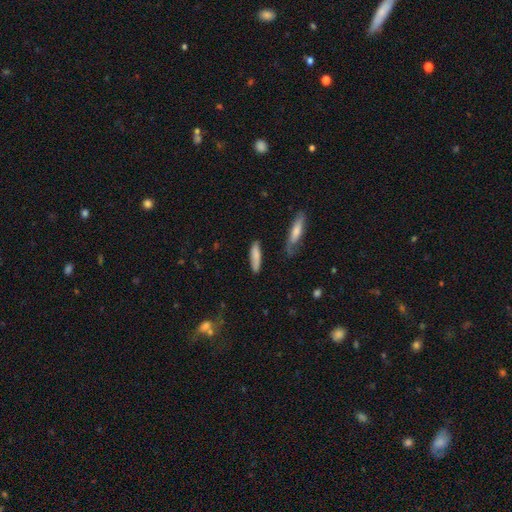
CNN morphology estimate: Smooth or featured? smooth (80%)
How rounded? cigar-shaped (71%)
Merging? none (77%)